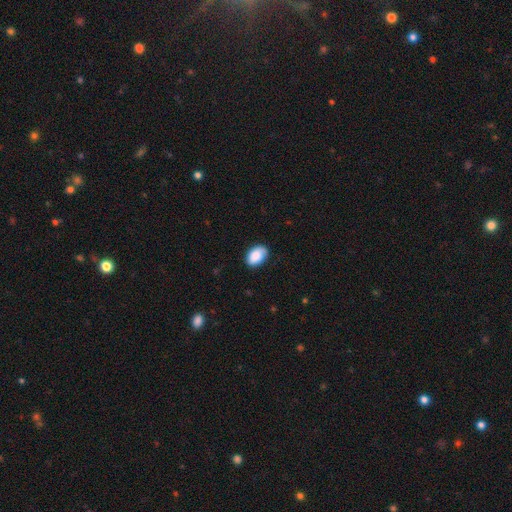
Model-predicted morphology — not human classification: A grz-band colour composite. It shows a smooth galaxy with no disk features (87%) that is in between round and cigar-shaped (89%). Merging: none (78%).